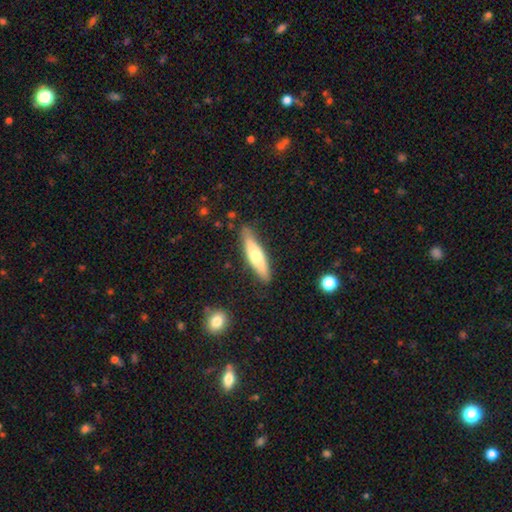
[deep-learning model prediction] smooth 60%, featured or disk 35%, star or artifact 6%. Down the decision tree: how rounded — cigar-shaped (74%); merging — none (82%).